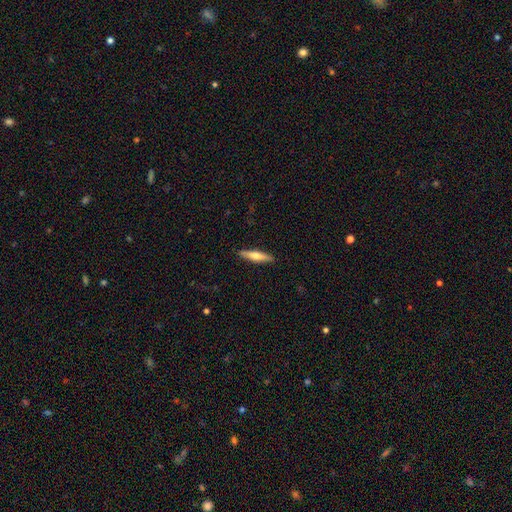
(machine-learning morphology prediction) The model was most divided on "smooth or featured": smooth: 55%, featured or disk: 39%, star or artifact: 5%. More confident: merging — none (90%); how rounded — cigar-shaped (83%).